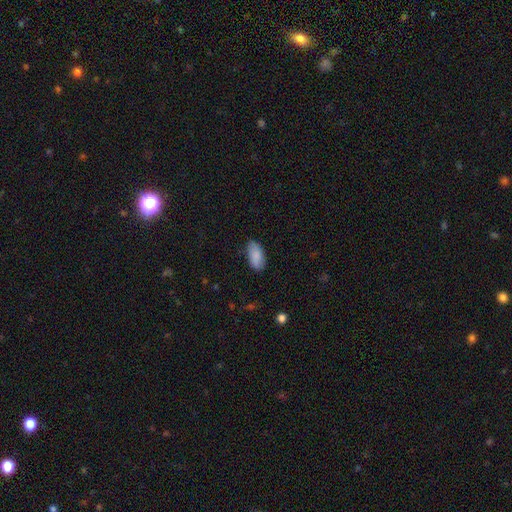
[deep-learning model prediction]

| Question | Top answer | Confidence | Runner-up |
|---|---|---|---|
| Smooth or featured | smooth | 87% | featured or disk (7%) |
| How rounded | in between | 92% | cigar-shaped (6%) |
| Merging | none | 82% | minor disturbance (14%) |